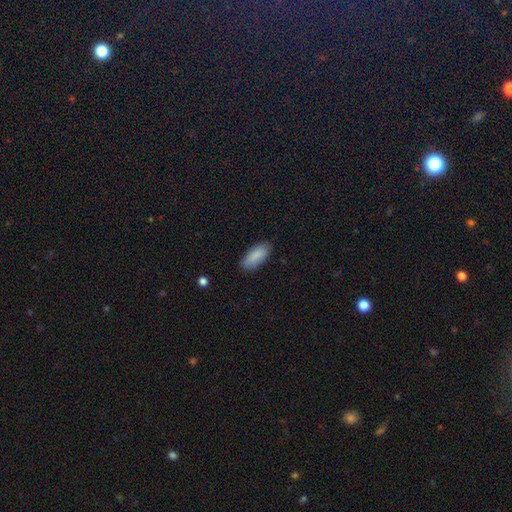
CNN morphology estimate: Smooth or featured?
  - smooth: 88% *
  - star or artifact: 6%
  - featured or disk: 6%
How rounded?
  - in between: 82% *
  - cigar-shaped: 16%
  - round: 2%
Merging?
  - none: 84% *
  - minor disturbance: 13%
  - major disturbance: 2%
  - merger: 1%